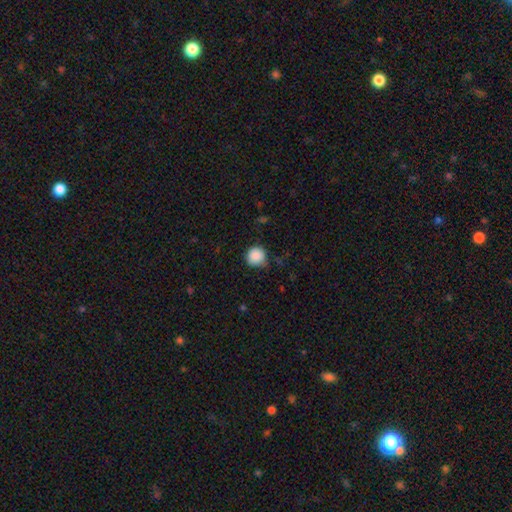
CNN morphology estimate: type=smooth (88%); roundness=round (93%); merging=none (79%).